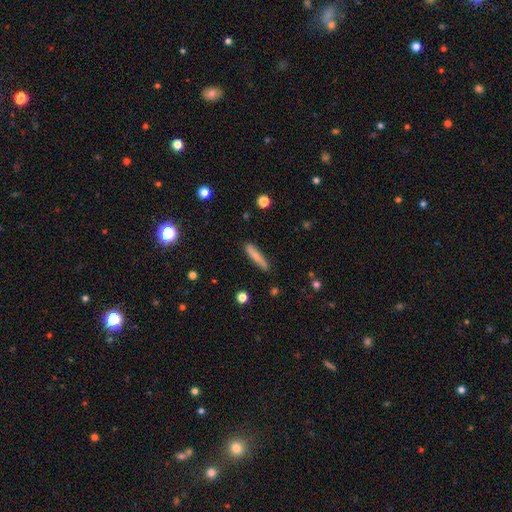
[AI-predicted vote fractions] Overall: smooth (76%). How rounded: cigar-shaped (90%). Merging: none (86%).